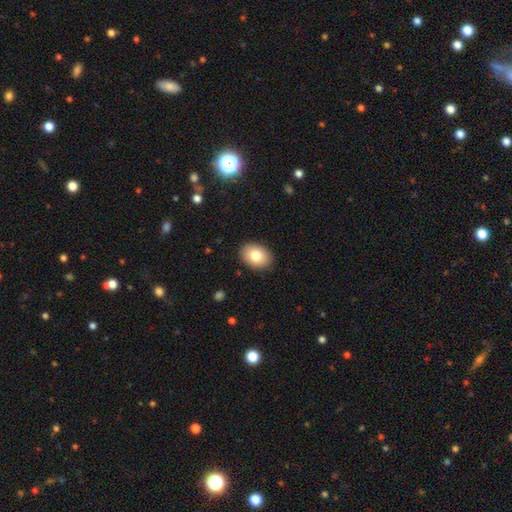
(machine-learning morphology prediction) smooth 81%, featured or disk 11%, star or artifact 8%. Down the decision tree: how rounded — in between (74%); merging — none (89%).